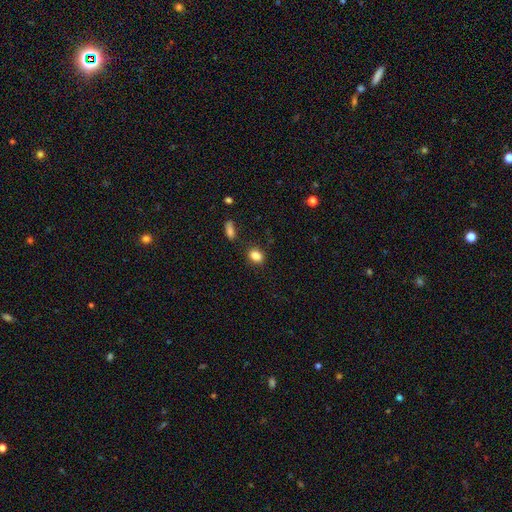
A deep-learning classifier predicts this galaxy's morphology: Smooth or featured: smooth — 87% (star or artifact — 9%)
How rounded: in between — 70% (round — 28%)
Merging: none — 79% (minor disturbance — 13%)